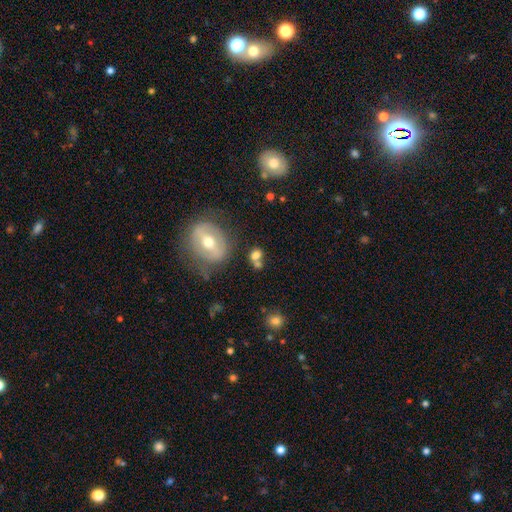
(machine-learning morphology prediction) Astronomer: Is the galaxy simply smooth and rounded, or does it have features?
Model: smooth — 68%.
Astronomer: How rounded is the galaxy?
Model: round — 56% (runner-up: in between, 41%).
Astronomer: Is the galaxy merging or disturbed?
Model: none — 53%.